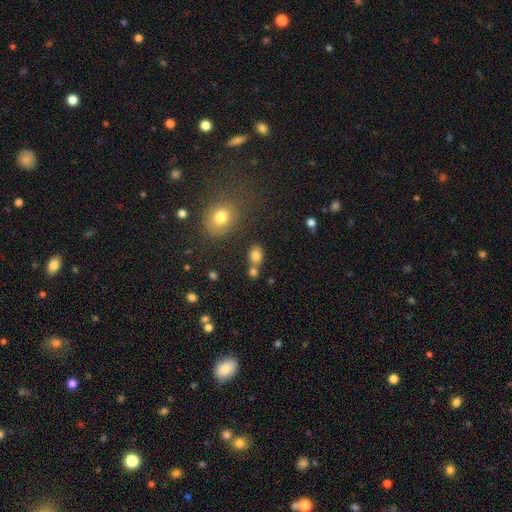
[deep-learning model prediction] smooth-or-featured: smooth: 79% | star or artifact: 12% | featured or disk: 9%
  how-rounded: in between: 57% | round: 41% | cigar-shaped: 2%
  merging: none: 51% | merger: 33% | minor disturbance: 11% | major disturbance: 5%